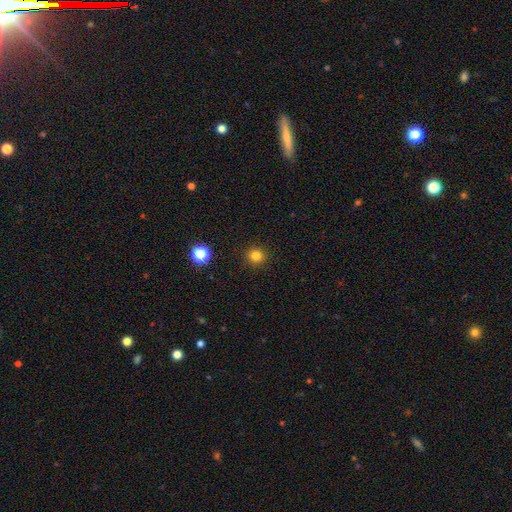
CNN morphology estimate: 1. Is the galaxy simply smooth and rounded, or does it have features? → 82% smooth, 14% star or artifact, 4% featured or disk.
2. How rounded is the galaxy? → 91% round, 8% in between, 1% cigar-shaped.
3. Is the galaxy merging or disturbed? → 91% none, 6% minor disturbance, 2% major disturbance, 1% merger.